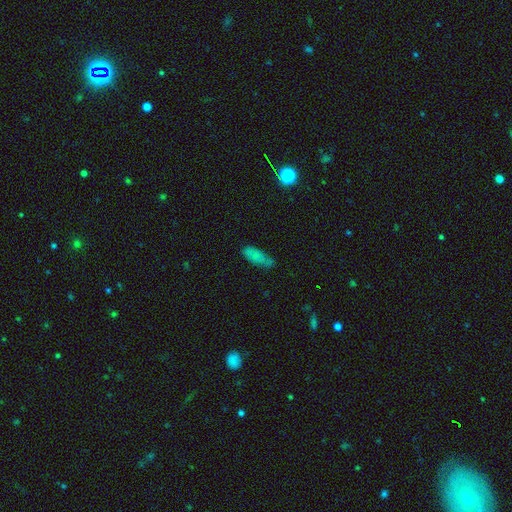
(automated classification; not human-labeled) This is likely a smooth galaxy (75%). How rounded: likely in between (70%). Merging: possibly none (56%).